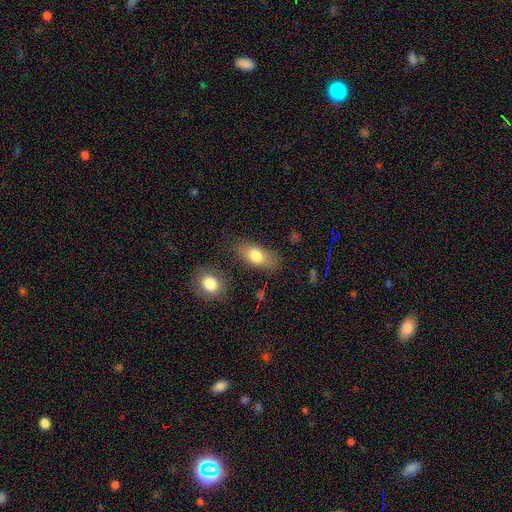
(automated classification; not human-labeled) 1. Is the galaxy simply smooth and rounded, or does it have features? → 75% smooth, 18% featured or disk, 7% star or artifact.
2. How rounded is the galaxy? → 85% in between, 9% cigar-shaped, 7% round.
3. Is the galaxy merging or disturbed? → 74% none, 17% minor disturbance, 5% major disturbance, 4% merger.